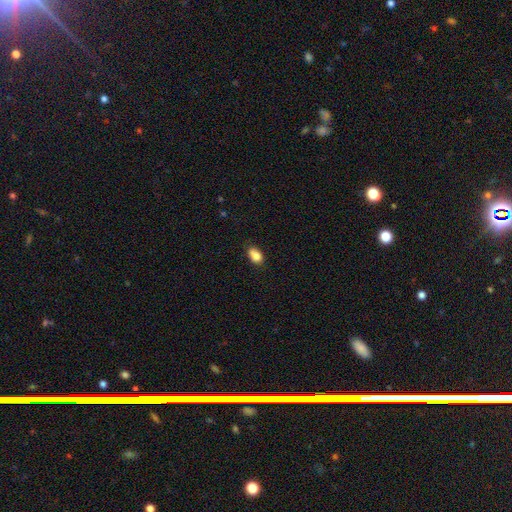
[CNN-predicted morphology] Q: Smooth or featured?
A: smooth (85%); runner-up: star or artifact (9%)
Q: How rounded?
A: in between (88%); runner-up: round (10%)
Q: Merging?
A: none (69%); runner-up: minor disturbance (23%)